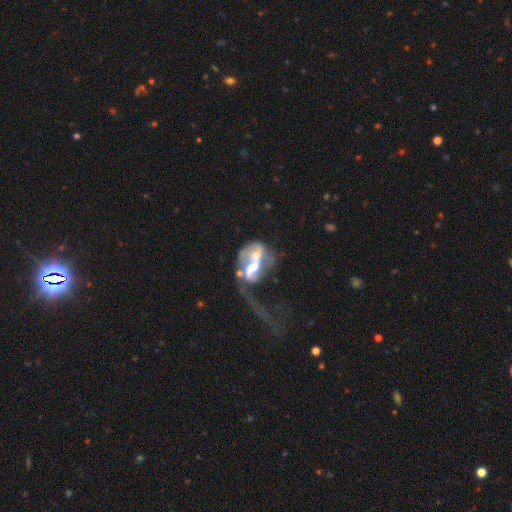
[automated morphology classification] smooth-or-featured: featured or disk: 73% | smooth: 19% | star or artifact: 8%
  disk-edge-on: no: 96% | yes: 4%
    bar: no: 44% | weak: 34% | strong: 22%
    has-spiral-arms: yes: 65% | no: 35%
    bulge-size: moderate: 61% | large: 17% | small: 15% | none: 5% | dominant: 2%
  merging: merger: 60% | major disturbance: 24% | none: 10% | minor disturbance: 6%